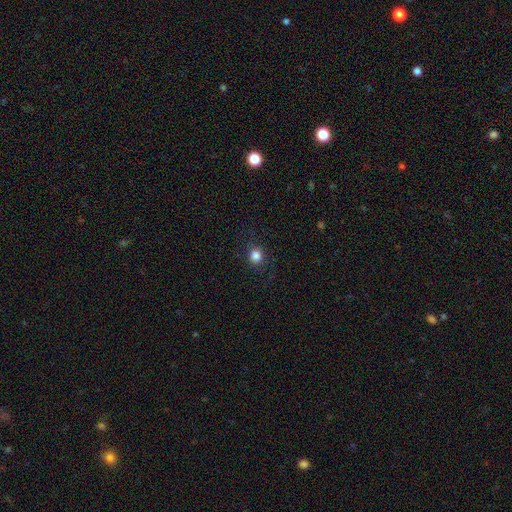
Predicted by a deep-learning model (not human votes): This is clearly a smooth galaxy (83%). How rounded: clearly round (84%). Merging: clearly none (85%).